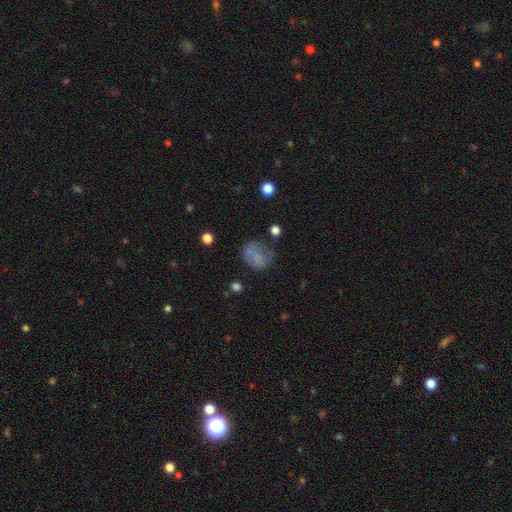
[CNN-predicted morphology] Smooth or featured? smooth (61%)
How rounded? round (57%)
Merging? none (46%)